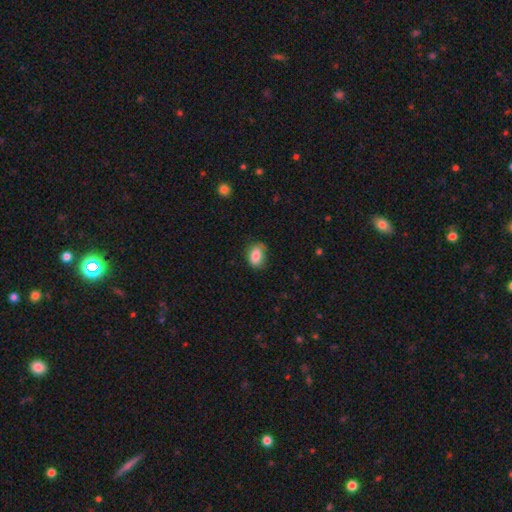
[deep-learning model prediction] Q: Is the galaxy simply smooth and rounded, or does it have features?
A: smooth — 84%.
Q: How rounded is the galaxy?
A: in between — 81%.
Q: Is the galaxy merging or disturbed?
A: none — 67%.